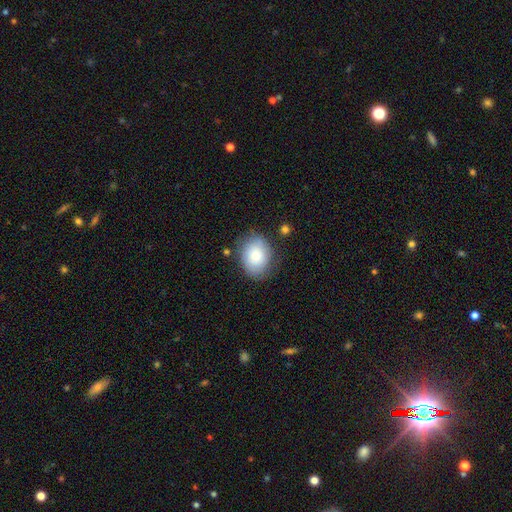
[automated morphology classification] Smooth or featured: smooth — 76% (featured or disk — 17%)
How rounded: in between — 57% (round — 42%)
Merging: none — 75% (minor disturbance — 17%)